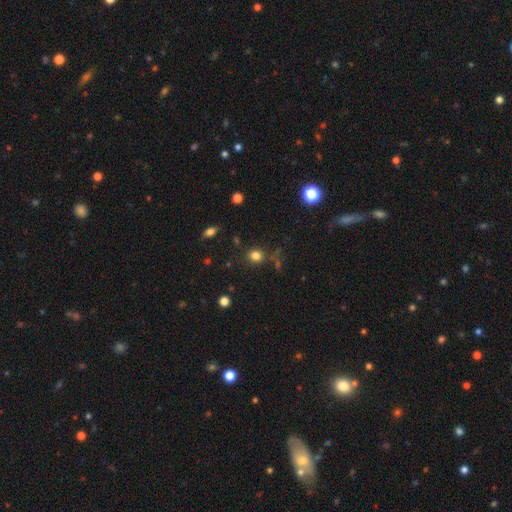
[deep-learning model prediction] Smooth or featured?
  - smooth: 78% *
  - star or artifact: 16%
  - featured or disk: 6%
How rounded?
  - round: 79% *
  - in between: 20%
  - cigar-shaped: 1%
Merging?
  - none: 79% *
  - minor disturbance: 11%
  - merger: 5%
  - major disturbance: 4%